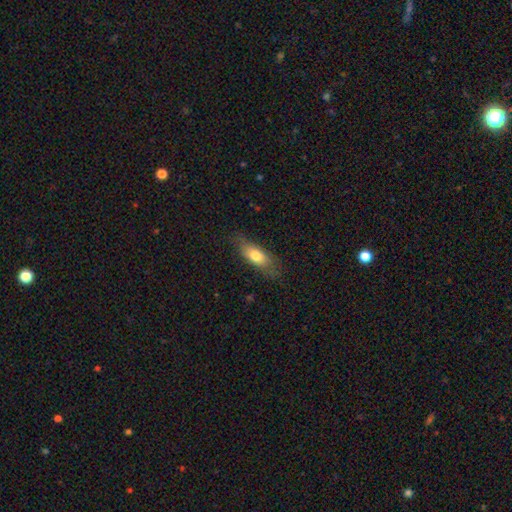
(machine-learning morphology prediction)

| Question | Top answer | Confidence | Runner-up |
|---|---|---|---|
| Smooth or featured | smooth | 71% | featured or disk (22%) |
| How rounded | in between | 71% | cigar-shaped (26%) |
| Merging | none | 72% | minor disturbance (20%) |